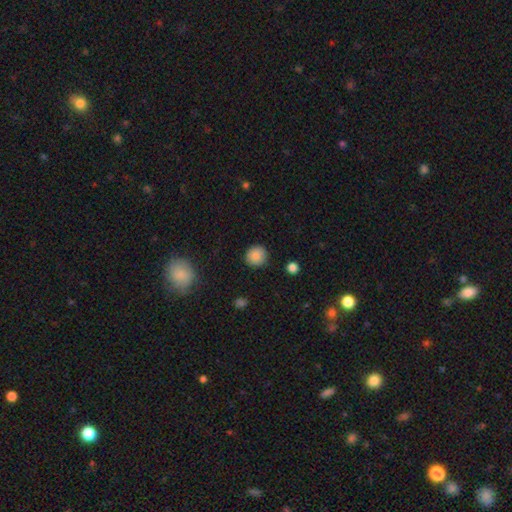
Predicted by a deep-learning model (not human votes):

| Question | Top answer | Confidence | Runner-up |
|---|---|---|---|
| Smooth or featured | smooth | 87% | star or artifact (9%) |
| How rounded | round | 91% | in between (8%) |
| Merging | none | 89% | minor disturbance (7%) |